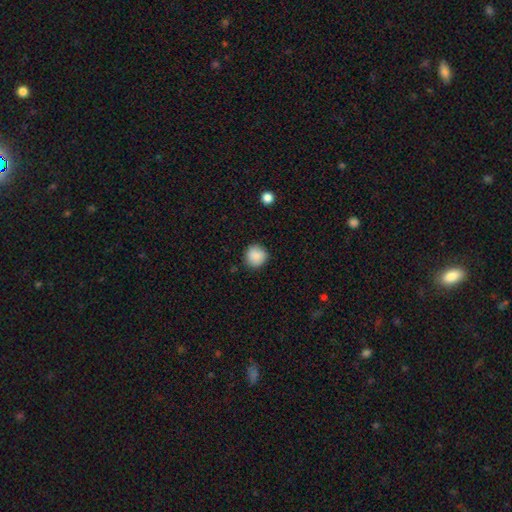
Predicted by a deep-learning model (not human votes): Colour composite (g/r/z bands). It shows a smooth galaxy with no disk features (88%) that is round (93%). Merging: none (88%).